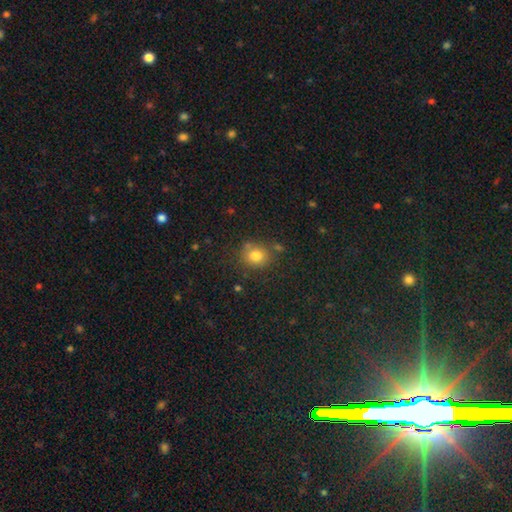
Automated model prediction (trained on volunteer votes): A smooth galaxy with no disk features (80%) that is round (75%).

Vote fractions:
- Smooth or featured? smooth: 80% / star or artifact: 12% / featured or disk: 8%
- How rounded? round: 75% / in between: 24% / cigar-shaped: 1%
- Merging? none: 74% / minor disturbance: 14% / merger: 7% / major disturbance: 5%